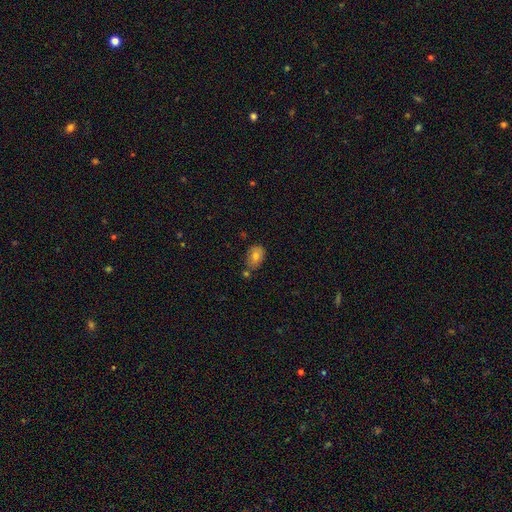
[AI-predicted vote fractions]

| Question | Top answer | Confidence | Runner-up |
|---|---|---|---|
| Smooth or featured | smooth | 76% | featured or disk (15%) |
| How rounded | in between | 78% | round (20%) |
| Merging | none | 65% | minor disturbance (20%) |